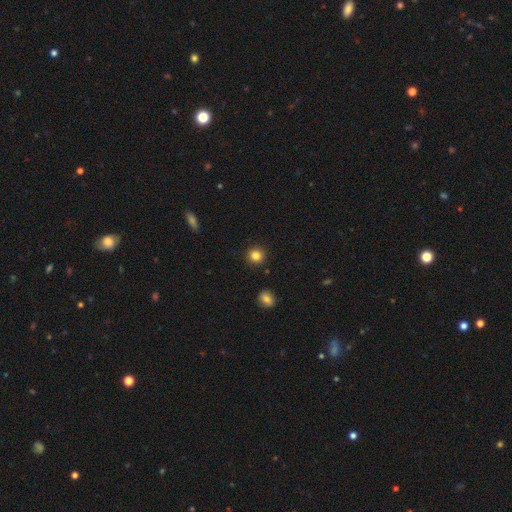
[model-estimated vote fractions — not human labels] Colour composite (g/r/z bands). It shows a smooth galaxy with no disk features (84%) that is round (93%). Merging: none (91%).